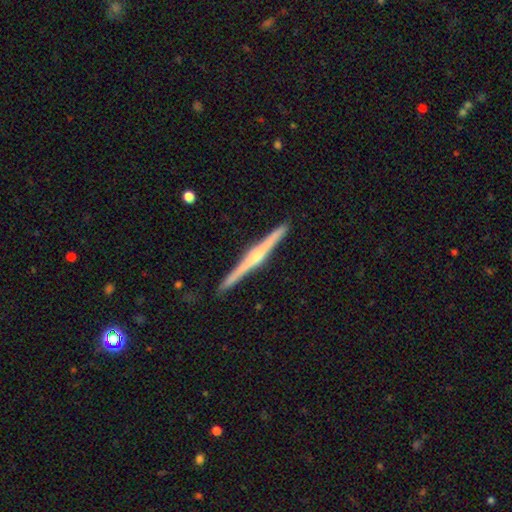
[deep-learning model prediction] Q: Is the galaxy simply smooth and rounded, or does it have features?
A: featured or disk — 81%.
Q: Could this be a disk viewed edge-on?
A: yes — 98%.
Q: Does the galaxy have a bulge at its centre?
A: rounded — 77%.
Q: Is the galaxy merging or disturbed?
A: none — 91%.